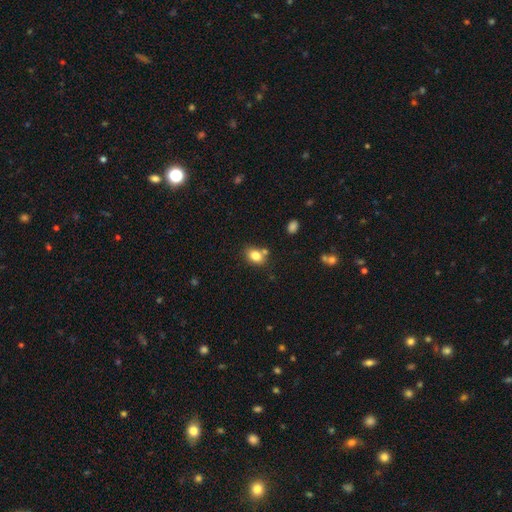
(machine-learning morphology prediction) Smooth or featured: smooth — 80% (star or artifact — 10%)
How rounded: in between — 70% (round — 28%)
Merging: none — 65% (merger — 18%)